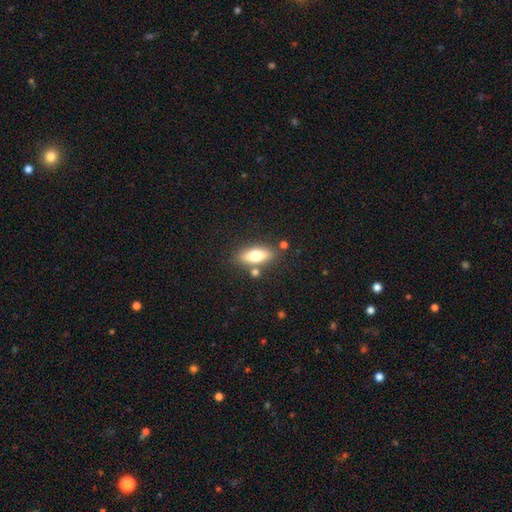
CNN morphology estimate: smooth-or-featured: smooth: 69% | featured or disk: 24% | star or artifact: 7%
  how-rounded: in between: 74% | cigar-shaped: 22% | round: 4%
  merging: none: 78% | minor disturbance: 11% | merger: 8% | major disturbance: 3%